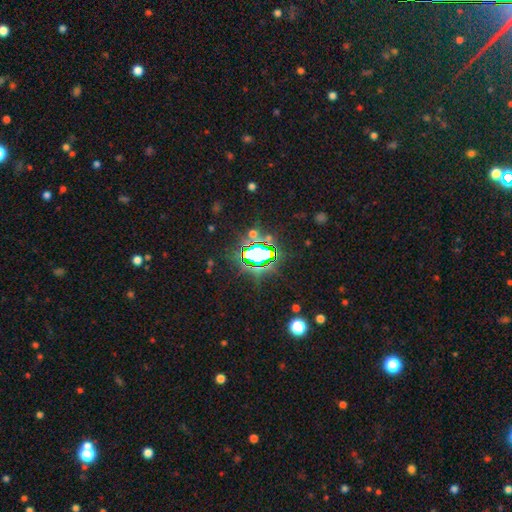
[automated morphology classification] smooth_or_featured: star or artifact (p=0.72) [alt: smooth p=0.18]